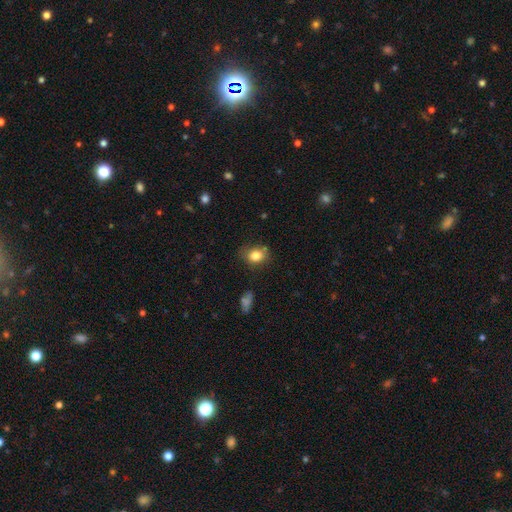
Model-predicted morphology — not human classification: This appears to be a smooth galaxy with no disk features (82%) that is in between round and cigar-shaped (57%). Merging: none (73%).